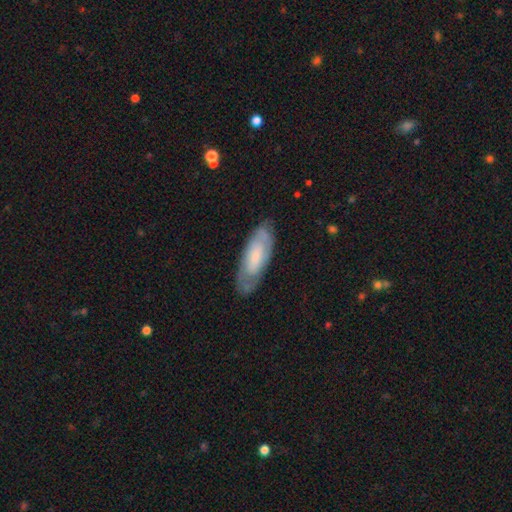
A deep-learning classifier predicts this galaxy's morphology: The model was most divided on "smooth or featured": featured or disk: 51%, smooth: 43%, star or artifact: 7%. More confident: edge-on disk — no (81%); merging — none (75%).